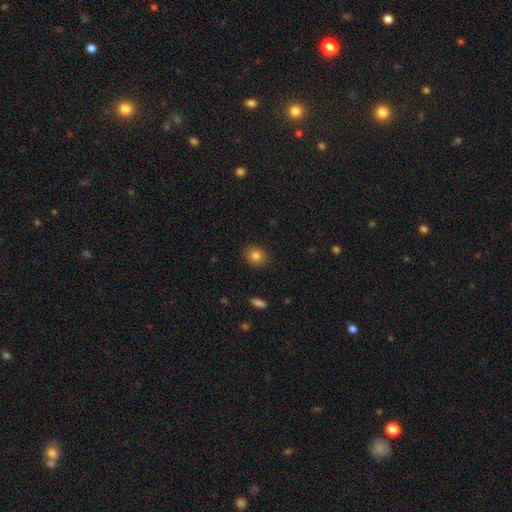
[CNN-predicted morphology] This appears to be a smooth galaxy with no disk features (82%) that is round (69%). Merging: none (89%).